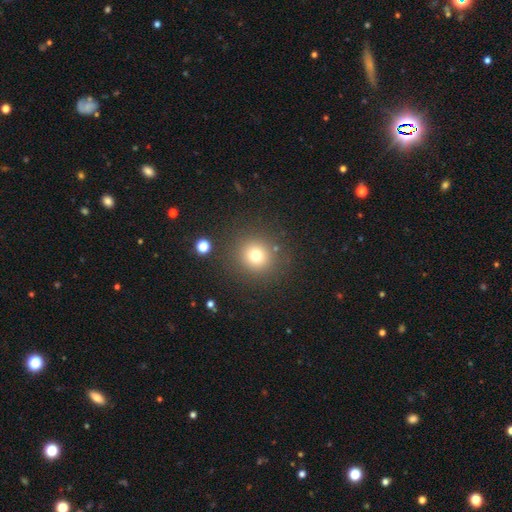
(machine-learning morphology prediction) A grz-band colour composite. It shows a smooth galaxy with no disk features (74%) that is round (93%). Merging: none (87%).